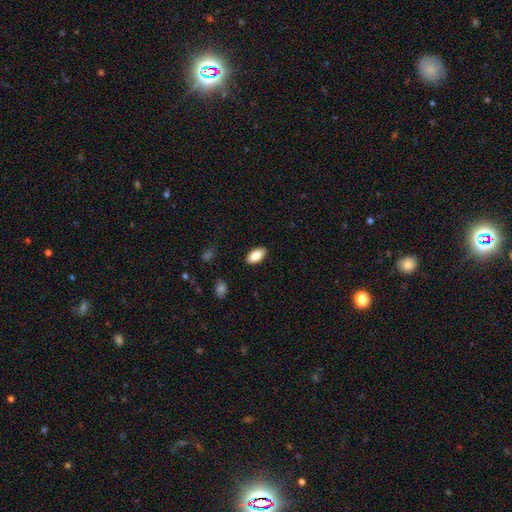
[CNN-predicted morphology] A smooth galaxy with no disk features (86%) that is in between round and cigar-shaped (92%).

Vote fractions:
- Smooth or featured? smooth: 86% / featured or disk: 7% / star or artifact: 7%
- How rounded? in between: 92% / cigar-shaped: 6% / round: 2%
- Merging? none: 88% / minor disturbance: 9% / major disturbance: 2% / merger: 1%